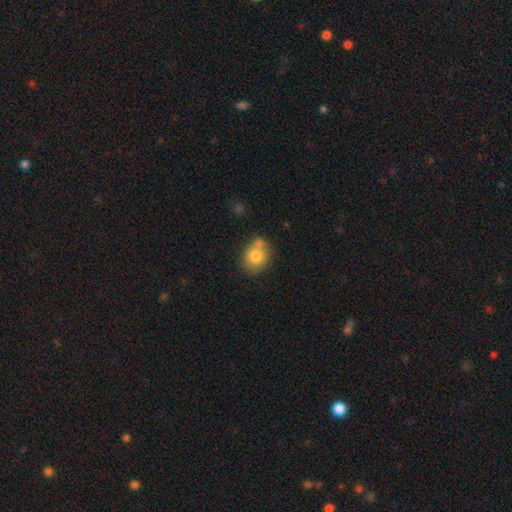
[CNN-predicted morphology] Smooth or featured: smooth — 78% (featured or disk — 13%)
How rounded: round — 63% (in between — 36%)
Merging: none — 58% (merger — 23%)